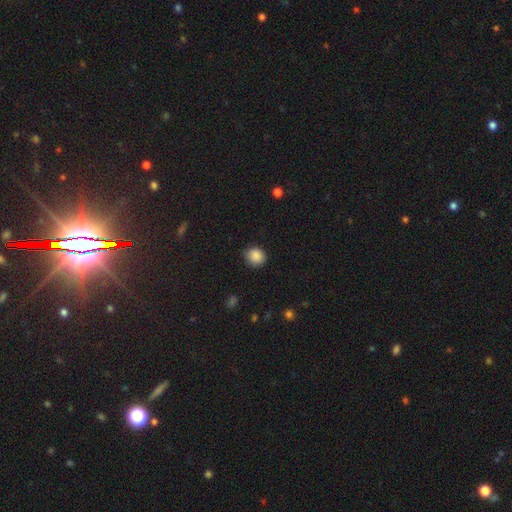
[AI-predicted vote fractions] Morphology: type=smooth (88%); roundness=round (81%); merging=none (84%).